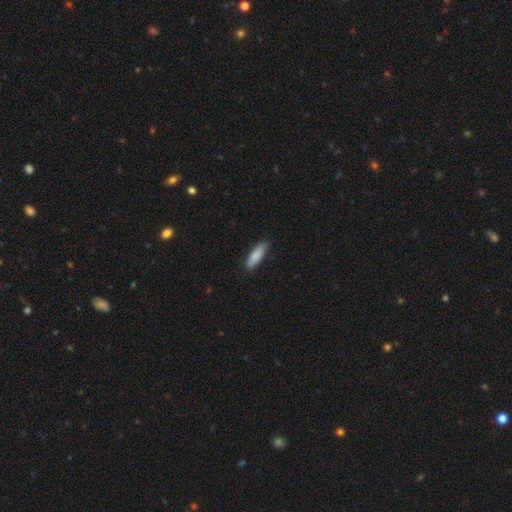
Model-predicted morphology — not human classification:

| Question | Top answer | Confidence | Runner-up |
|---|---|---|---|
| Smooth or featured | smooth | 85% | featured or disk (9%) |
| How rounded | in between | 50% | cigar-shaped (49%) |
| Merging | none | 85% | minor disturbance (12%) |